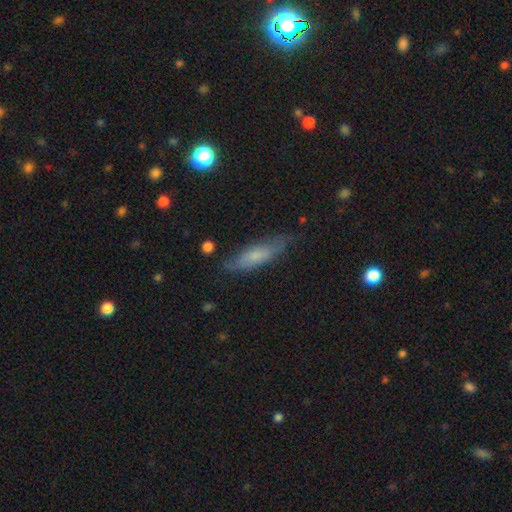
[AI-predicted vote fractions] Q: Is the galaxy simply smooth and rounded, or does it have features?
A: smooth — 62%.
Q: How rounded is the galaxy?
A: cigar-shaped — 63%.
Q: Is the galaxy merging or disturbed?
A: none — 73%.